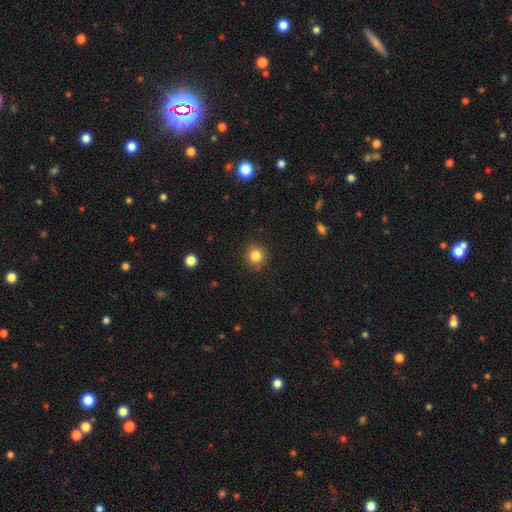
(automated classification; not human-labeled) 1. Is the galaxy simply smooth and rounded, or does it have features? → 84% smooth, 11% star or artifact, 5% featured or disk.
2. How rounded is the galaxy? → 92% round, 7% in between, 1% cigar-shaped.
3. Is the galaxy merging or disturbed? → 88% none, 8% minor disturbance, 2% major disturbance, 1% merger.